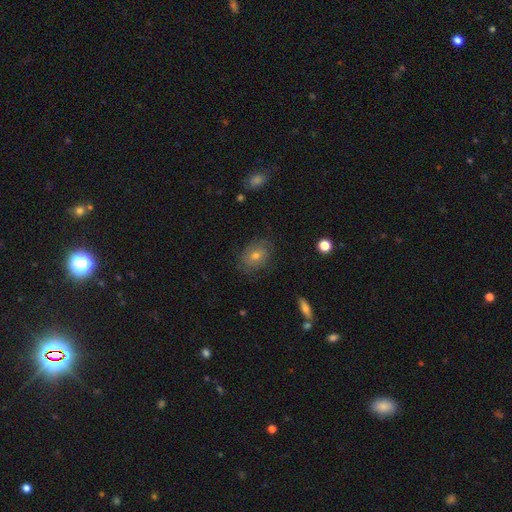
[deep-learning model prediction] The model was most divided on "smooth or featured": smooth: 52%, featured or disk: 33%, star or artifact: 15%. More confident: merging — none (78%); how rounded — in between (67%).